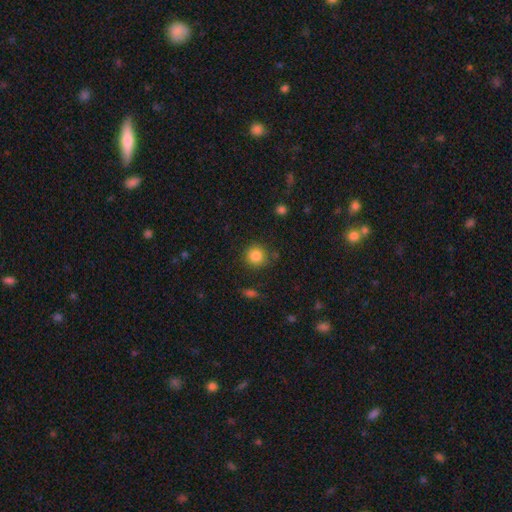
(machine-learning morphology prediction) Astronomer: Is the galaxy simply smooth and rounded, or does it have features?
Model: smooth — 84%.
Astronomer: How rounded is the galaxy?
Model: round — 93%.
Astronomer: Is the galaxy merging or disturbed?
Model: none — 84%.